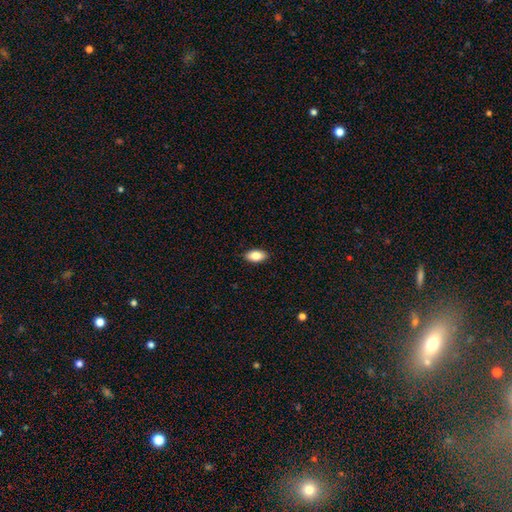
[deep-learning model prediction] Smooth or featured? smooth (85%)
How rounded? in between (92%)
Merging? none (89%)